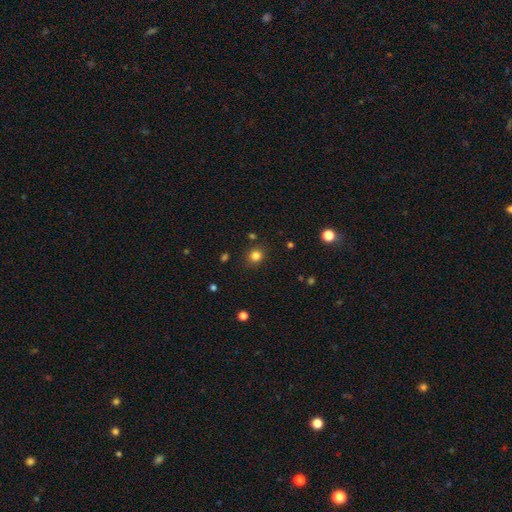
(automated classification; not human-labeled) A smooth galaxy with no disk features (82%) that is round (81%).

Vote fractions:
- Smooth or featured? smooth: 82% / star or artifact: 13% / featured or disk: 4%
- How rounded? round: 81% / in between: 18% / cigar-shaped: 1%
- Merging? none: 87% / minor disturbance: 8% / major disturbance: 3% / merger: 2%